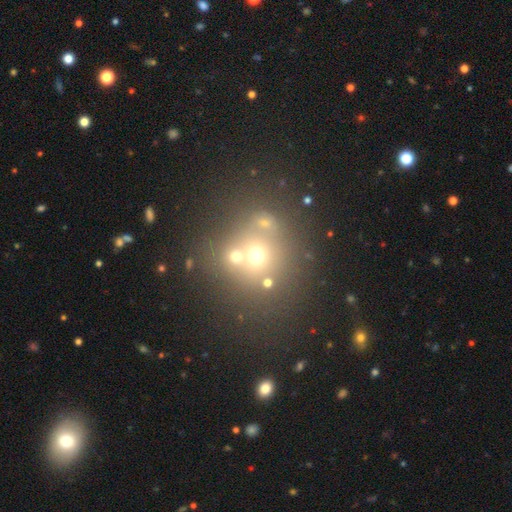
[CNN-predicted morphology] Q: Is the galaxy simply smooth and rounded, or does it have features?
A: smooth — 51%.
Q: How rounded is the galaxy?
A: round — 82%.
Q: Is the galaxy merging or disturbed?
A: none — 50%.